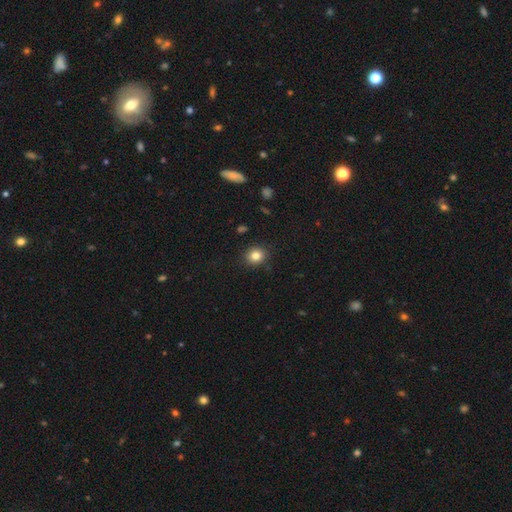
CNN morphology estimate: A smooth galaxy with no disk features (83%) that is round (77%). Merging: none (89%).